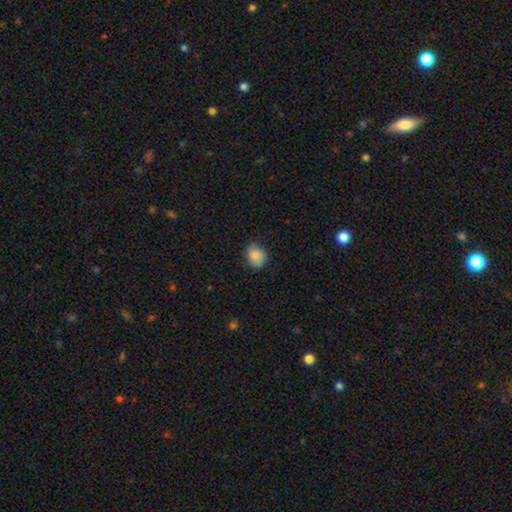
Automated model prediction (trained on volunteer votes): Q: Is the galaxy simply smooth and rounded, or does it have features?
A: smooth — 83%.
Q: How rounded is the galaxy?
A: in between — 51%.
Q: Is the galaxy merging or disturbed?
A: none — 74%.